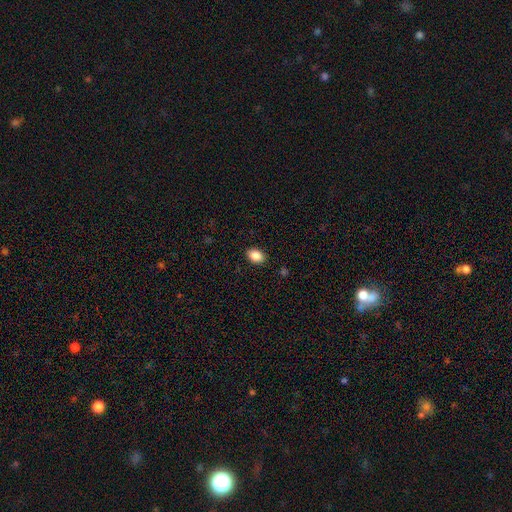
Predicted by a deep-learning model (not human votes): Smooth or featured?
  - smooth: 88% *
  - star or artifact: 8%
  - featured or disk: 4%
How rounded?
  - in between: 82% *
  - round: 17%
  - cigar-shaped: 1%
Merging?
  - none: 89% *
  - minor disturbance: 8%
  - major disturbance: 2%
  - merger: 1%